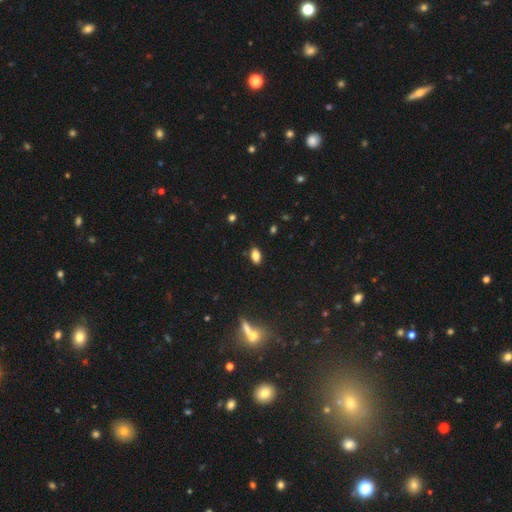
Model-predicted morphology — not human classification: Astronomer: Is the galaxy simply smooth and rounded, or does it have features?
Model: smooth — 82%.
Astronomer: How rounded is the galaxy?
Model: in between — 90%.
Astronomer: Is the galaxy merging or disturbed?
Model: none — 87%.